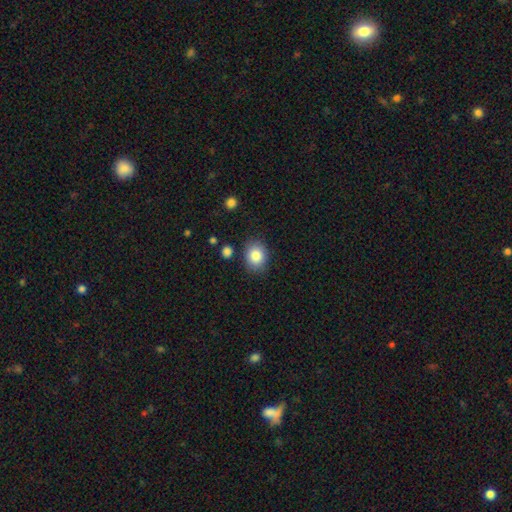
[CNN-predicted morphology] The model was most divided on "how rounded": round: 51%, in between: 48%, cigar-shaped: 1%. More confident: smooth or featured — smooth (85%); merging — none (82%).